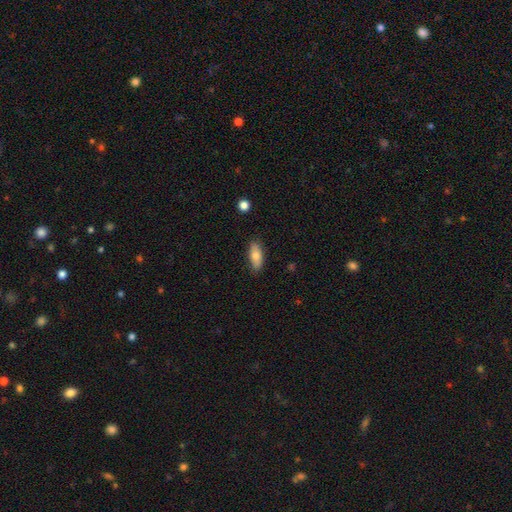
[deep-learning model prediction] A smooth galaxy with no disk features (75%) that is in between round and cigar-shaped (80%). Merging: none (83%).